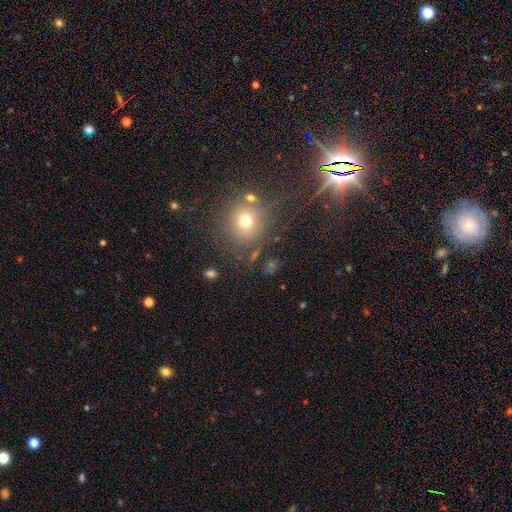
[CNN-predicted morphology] Q: Smooth or featured?
A: star or artifact (52%); runner-up: smooth (37%)